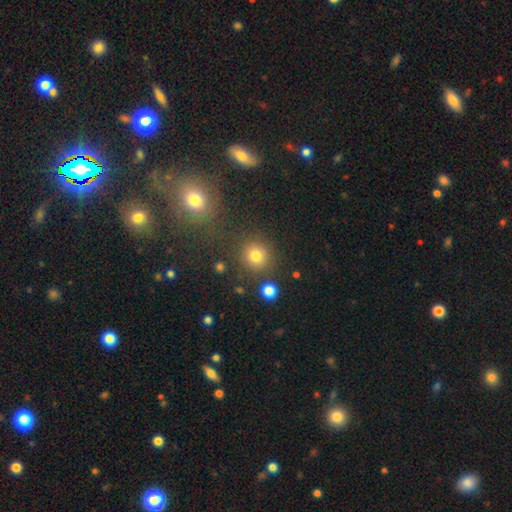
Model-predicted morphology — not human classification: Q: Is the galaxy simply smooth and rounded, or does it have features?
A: smooth — 77%.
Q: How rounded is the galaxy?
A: round — 91%.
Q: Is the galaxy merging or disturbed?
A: none — 83%.